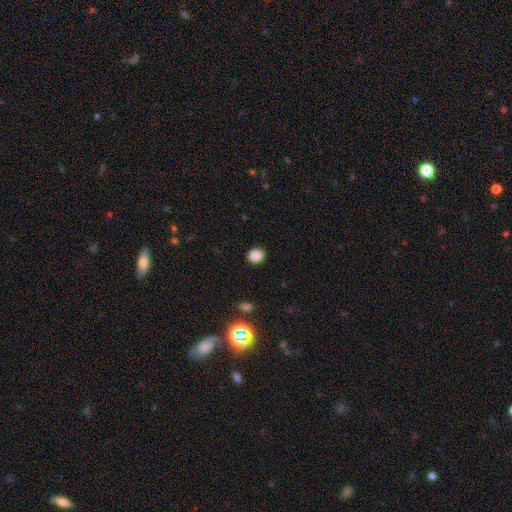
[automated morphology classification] type=smooth (86%); roundness=round (72%); merging=none (90%).